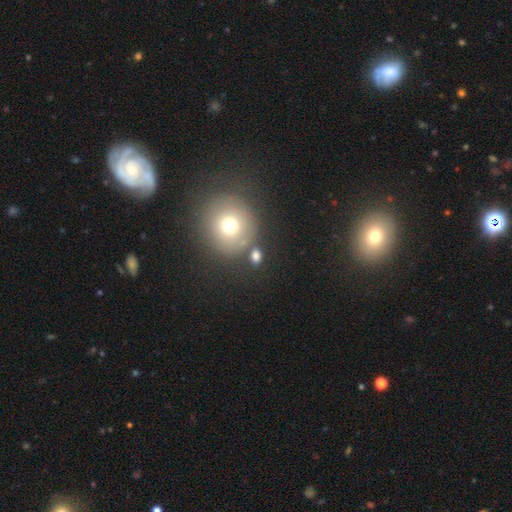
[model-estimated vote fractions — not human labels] A smooth galaxy with no disk features (74%) that is round (54%).

Vote fractions:
- Smooth or featured? smooth: 74% / star or artifact: 14% / featured or disk: 12%
- How rounded? round: 54% / in between: 43% / cigar-shaped: 3%
- Merging? none: 68% / merger: 14% / minor disturbance: 12% / major disturbance: 6%